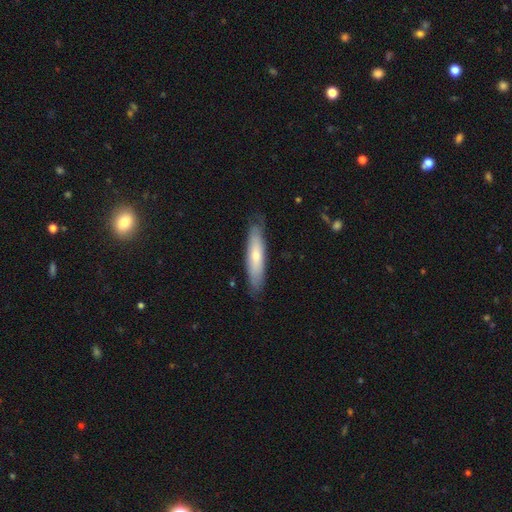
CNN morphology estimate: A smooth galaxy with no disk features (58%) that is cigar-shaped (77%).

Vote fractions:
- Smooth or featured? smooth: 58% / featured or disk: 36% / star or artifact: 6%
- How rounded? cigar-shaped: 77% / in between: 22% / round: 1%
- Merging? none: 79% / minor disturbance: 16% / major disturbance: 3% / merger: 1%